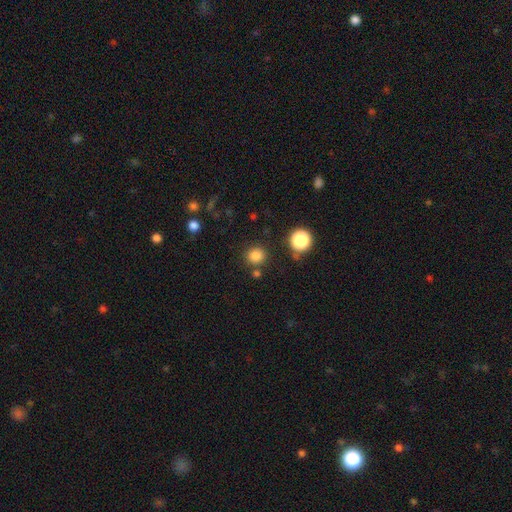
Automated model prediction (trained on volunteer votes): Smooth or featured? Predicted: smooth (p=0.82). How rounded? Predicted: round (p=0.90). Merging? Predicted: none (p=0.83).